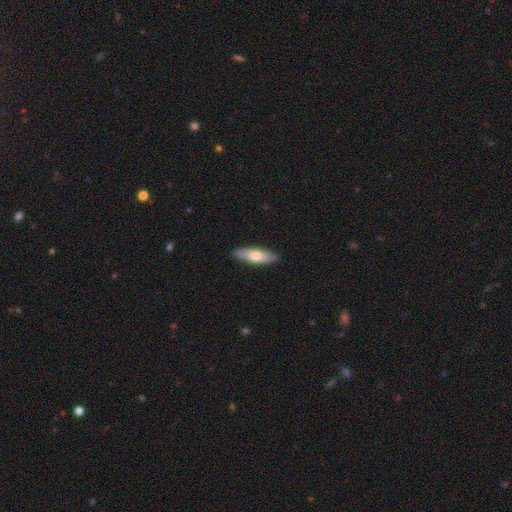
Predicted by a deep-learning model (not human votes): Smooth or featured: smooth — 67% (featured or disk — 28%)
How rounded: cigar-shaped — 51% (in between — 47%)
Merging: none — 88% (minor disturbance — 9%)